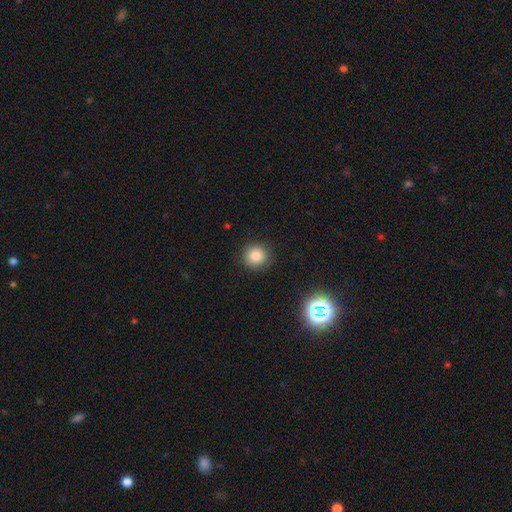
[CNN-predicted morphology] Smooth or featured?
  - smooth: 82% *
  - star or artifact: 12%
  - featured or disk: 6%
How rounded?
  - round: 93% *
  - in between: 6%
  - cigar-shaped: 1%
Merging?
  - none: 90% *
  - minor disturbance: 7%
  - major disturbance: 2%
  - merger: 1%